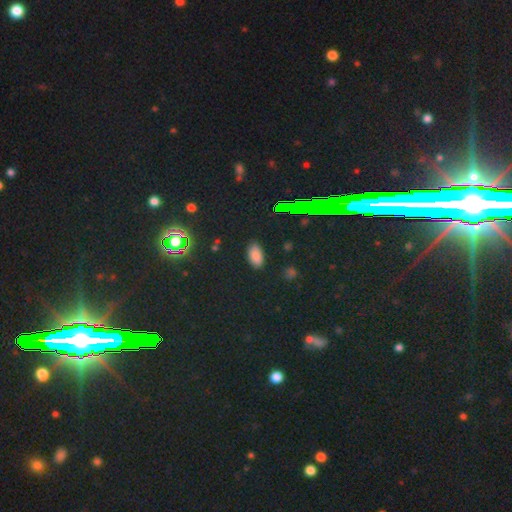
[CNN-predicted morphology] This appears to be a smooth galaxy with no disk features (72%) that is in between round and cigar-shaped (93%). Merging: none (86%).